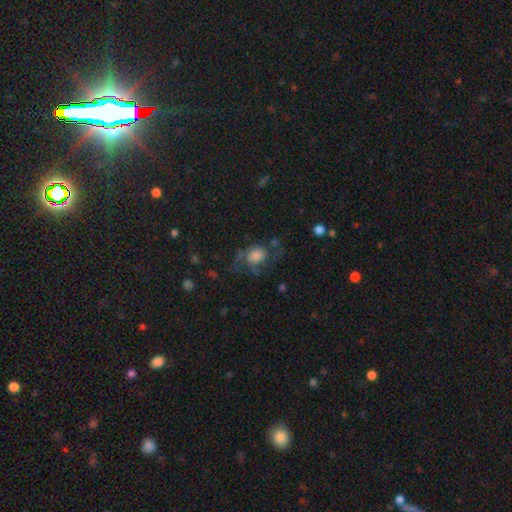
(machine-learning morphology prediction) Q: Smooth or featured?
A: smooth (50%); runner-up: featured or disk (37%)
Q: Merging?
A: none (47%); runner-up: major disturbance (27%)